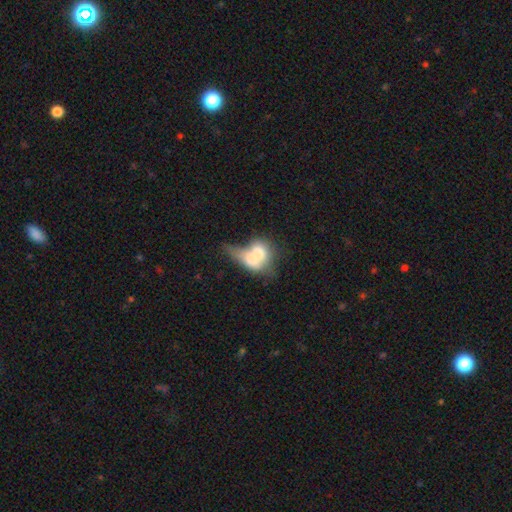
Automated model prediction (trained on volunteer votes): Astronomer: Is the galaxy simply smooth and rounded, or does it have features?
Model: smooth — 62%.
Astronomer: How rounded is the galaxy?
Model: in between — 64%.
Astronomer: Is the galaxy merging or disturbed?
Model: merger — 68%.